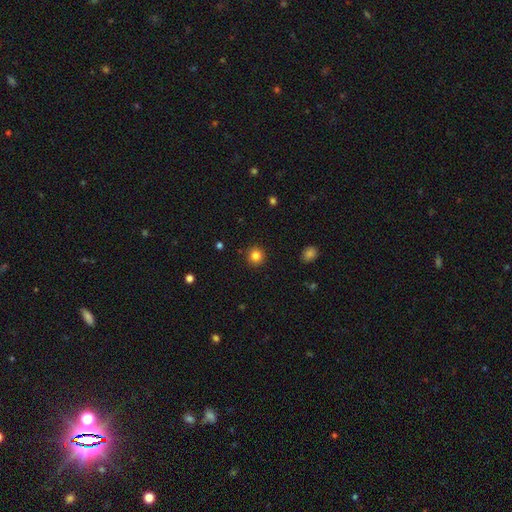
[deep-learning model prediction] Overall: smooth (83%). How rounded: round (94%). Merging: none (92%).